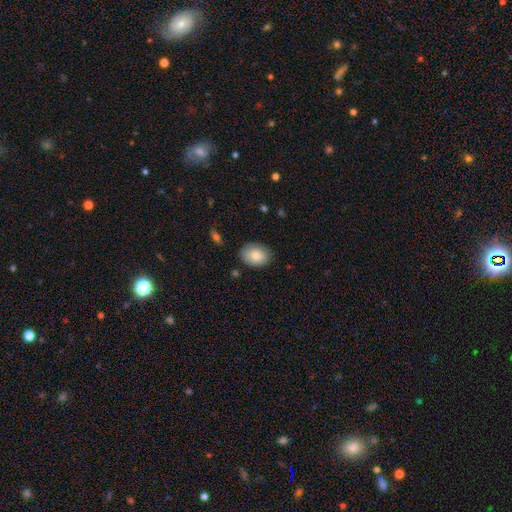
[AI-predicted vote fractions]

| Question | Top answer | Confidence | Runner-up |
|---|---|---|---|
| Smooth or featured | smooth | 83% | featured or disk (10%) |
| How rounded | in between | 74% | round (25%) |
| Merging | none | 82% | minor disturbance (14%) |